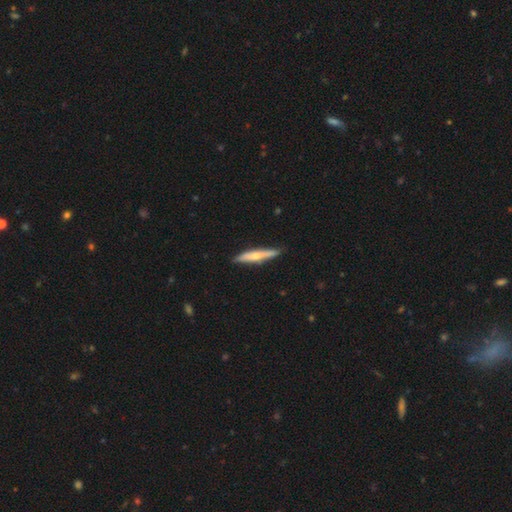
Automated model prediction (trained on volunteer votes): Smooth or featured? smooth (52%)
How rounded? cigar-shaped (91%)
Merging? none (87%)